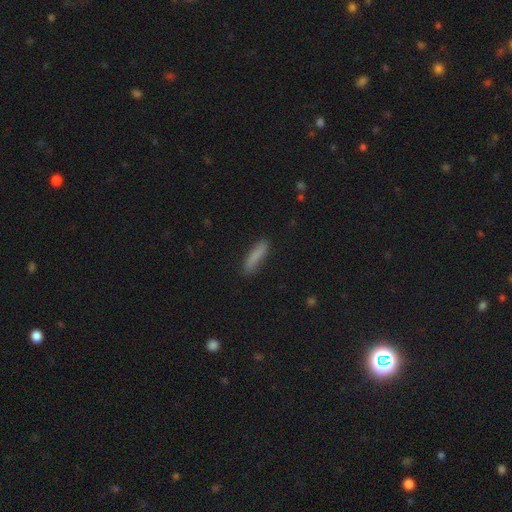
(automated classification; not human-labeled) Smooth or featured? Predicted: smooth (p=0.82). How rounded? Predicted: cigar-shaped (p=0.80). Merging? Predicted: none (p=0.82).